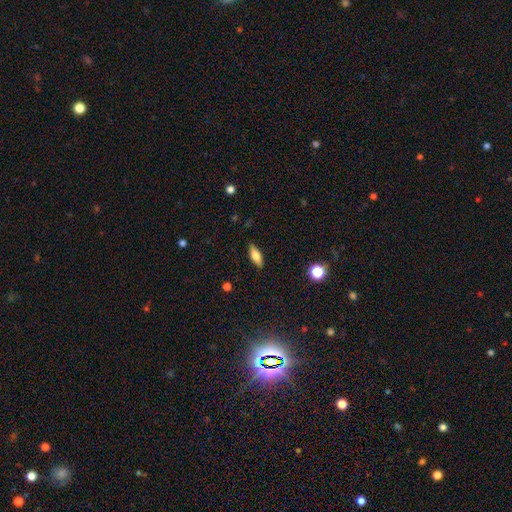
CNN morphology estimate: Overall: smooth (67%). How rounded: in between (70%). Merging: none (87%).